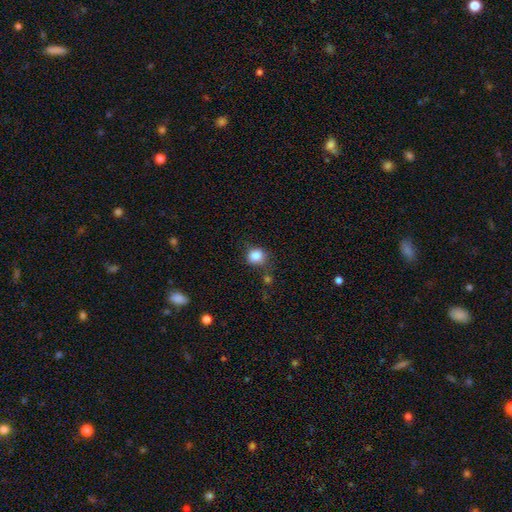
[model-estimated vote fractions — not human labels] Smooth or featured: smooth — 84% (star or artifact — 10%)
How rounded: round — 79% (in between — 20%)
Merging: none — 64% (minor disturbance — 22%)